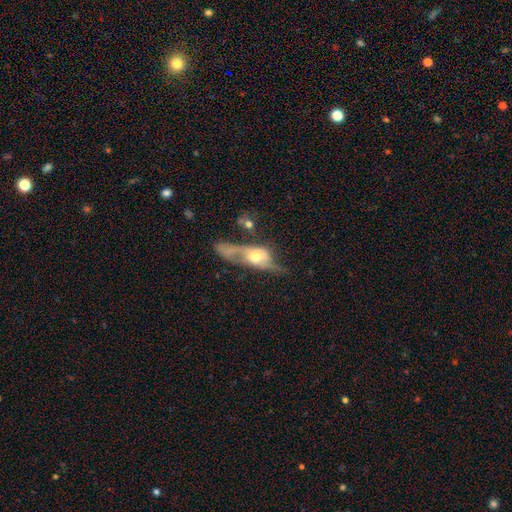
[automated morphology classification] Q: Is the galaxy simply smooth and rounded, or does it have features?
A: featured or disk — 61%.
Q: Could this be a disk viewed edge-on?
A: no — 65%.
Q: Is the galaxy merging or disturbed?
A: major disturbance — 39%.